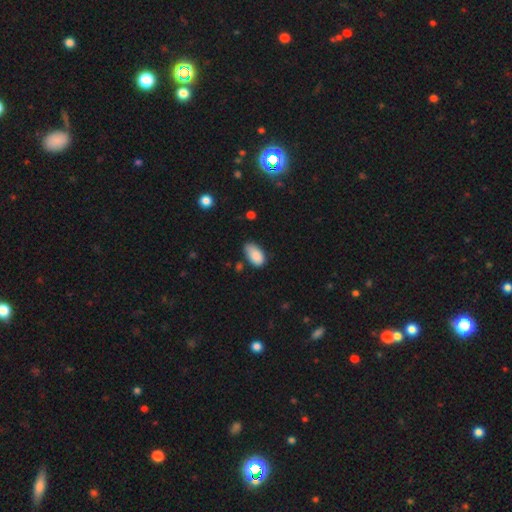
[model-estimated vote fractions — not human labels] Overall: smooth (87%). How rounded: in between (94%). Merging: none (52%; minor disturbance 37%).